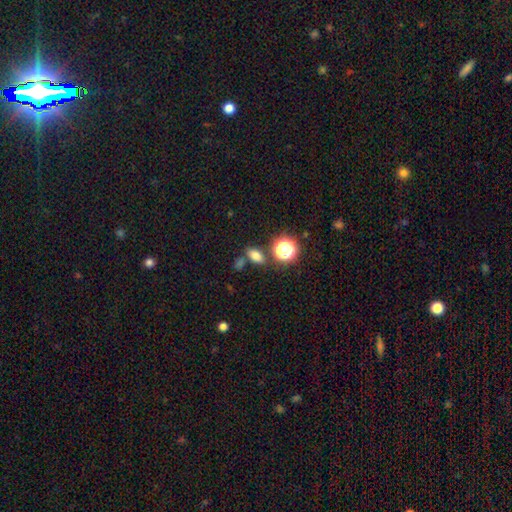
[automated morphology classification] A smooth galaxy with no disk features (74%) that is in between round and cigar-shaped (77%). Merging: none (72%).